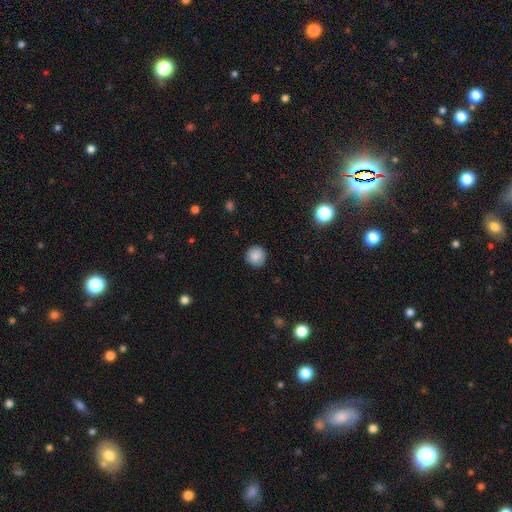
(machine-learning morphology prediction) Overall: smooth (86%). How rounded: round (94%). Merging: none (88%).